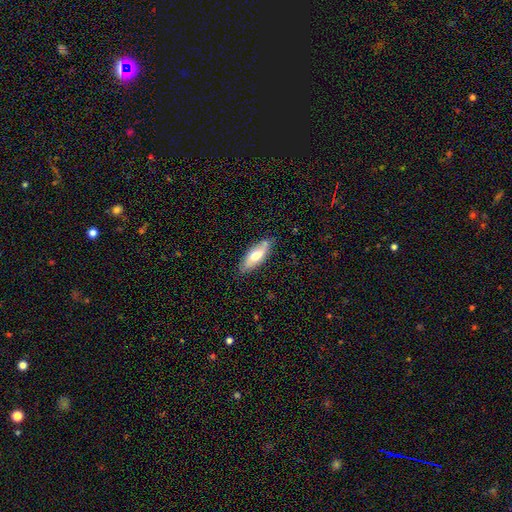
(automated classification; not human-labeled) Smooth or featured? Predicted: smooth (p=0.64). How rounded? Predicted: in between (p=0.67). Merging? Predicted: none (p=0.79).